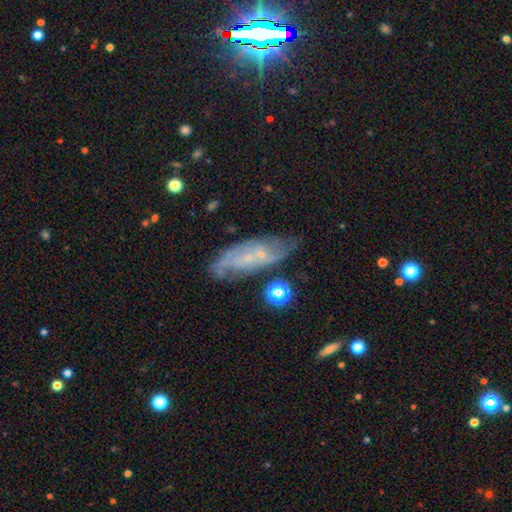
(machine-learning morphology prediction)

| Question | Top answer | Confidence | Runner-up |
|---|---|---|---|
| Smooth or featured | featured or disk | 70% | smooth (21%) |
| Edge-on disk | no | 84% | yes (16%) |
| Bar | no | 57% | weak (34%) |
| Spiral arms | yes | 85% | no (15%) |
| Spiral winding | medium | 40% | tight (39%) |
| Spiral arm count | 2 | 42% | can't tell (38%) |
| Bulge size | small | 75% | none (12%) |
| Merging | none | 64% | minor disturbance (22%) |